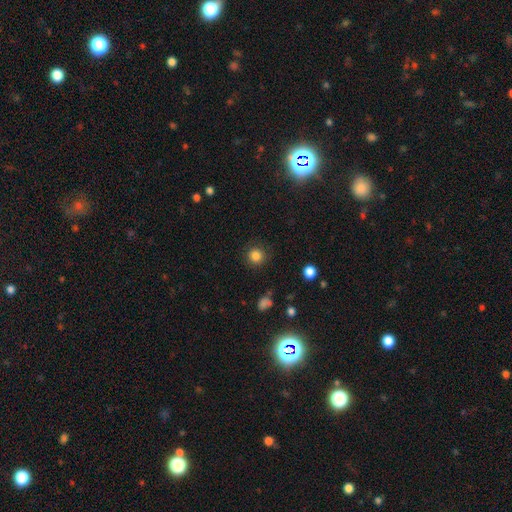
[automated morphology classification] Smooth or featured? Predicted: smooth (p=0.83). How rounded? Predicted: round (p=0.92). Merging? Predicted: none (p=0.89).